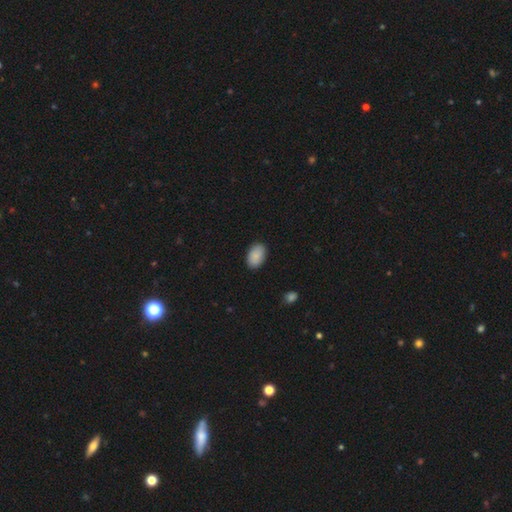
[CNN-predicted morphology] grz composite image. It shows a smooth galaxy with no disk features (90%) that is in between round and cigar-shaped (92%). Merging: none (89%).